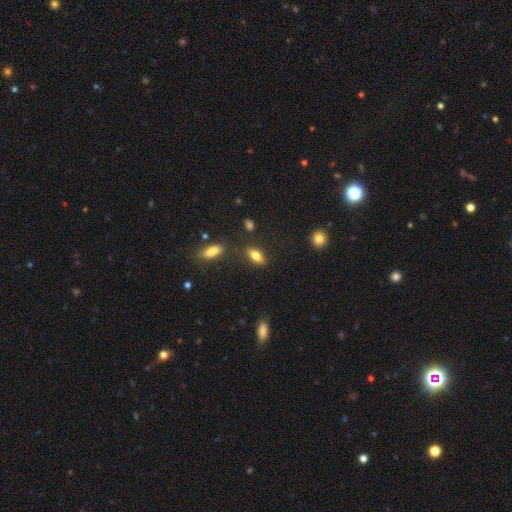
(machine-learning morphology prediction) smooth_or_featured: smooth (p=0.79) [alt: featured or disk p=0.12]
how_rounded: in between (p=0.84) [alt: cigar-shaped p=0.11]
merging: none (p=0.79) [alt: minor disturbance p=0.13]